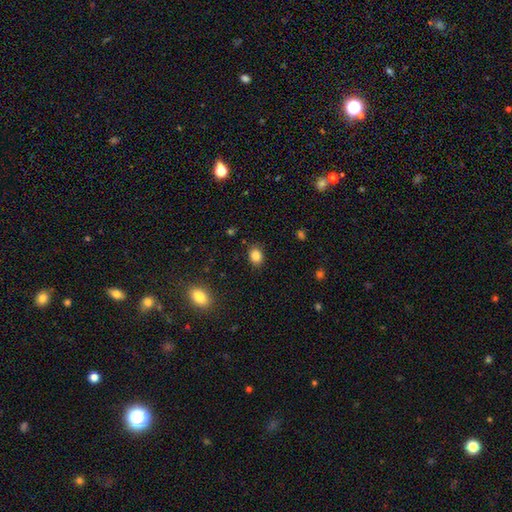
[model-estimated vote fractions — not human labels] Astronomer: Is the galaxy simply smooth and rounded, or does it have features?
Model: smooth — 85%.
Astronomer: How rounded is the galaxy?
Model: in between — 56% (runner-up: round, 43%).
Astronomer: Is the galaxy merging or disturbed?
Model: none — 87%.